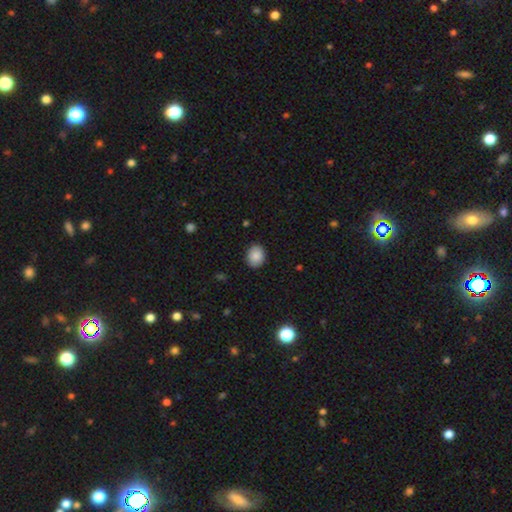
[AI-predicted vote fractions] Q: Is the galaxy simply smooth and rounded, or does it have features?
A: smooth — 88%.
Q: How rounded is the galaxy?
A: in between — 55%.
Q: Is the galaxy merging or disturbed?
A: none — 89%.